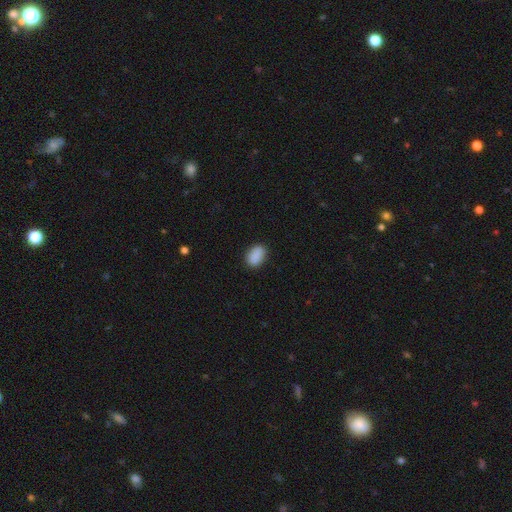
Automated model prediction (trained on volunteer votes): Smooth or featured: smooth — 89% (star or artifact — 8%)
How rounded: in between — 86% (round — 12%)
Merging: none — 85% (minor disturbance — 11%)